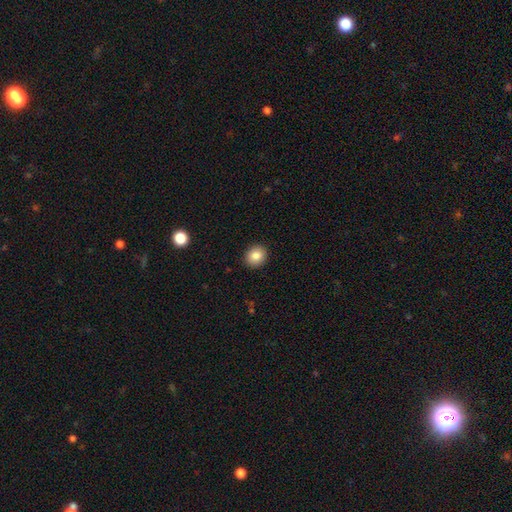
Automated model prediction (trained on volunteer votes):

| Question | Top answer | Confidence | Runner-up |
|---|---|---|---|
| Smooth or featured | smooth | 86% | star or artifact (9%) |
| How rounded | round | 80% | in between (19%) |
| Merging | none | 91% | minor disturbance (6%) |